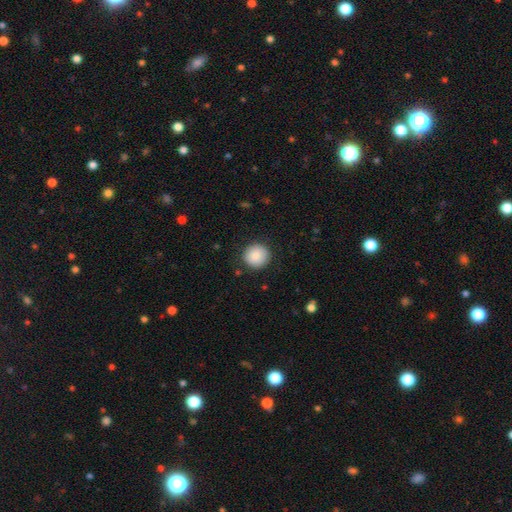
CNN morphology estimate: This appears to be a smooth galaxy with no disk features (87%) that is round (93%). Merging: none (89%).